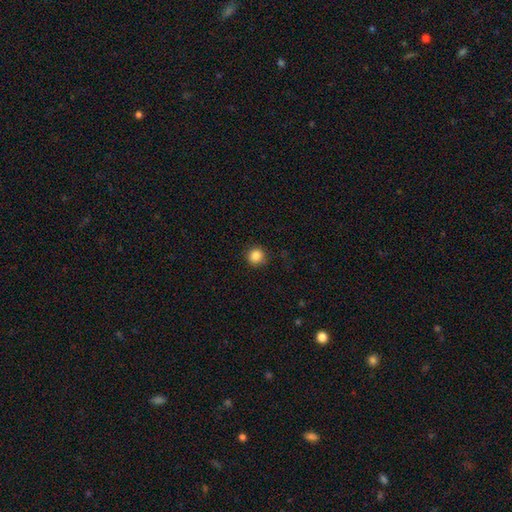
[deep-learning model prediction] Smooth or featured: smooth — 86% (star or artifact — 11%)
How rounded: round — 94% (in between — 5%)
Merging: none — 91% (minor disturbance — 6%)